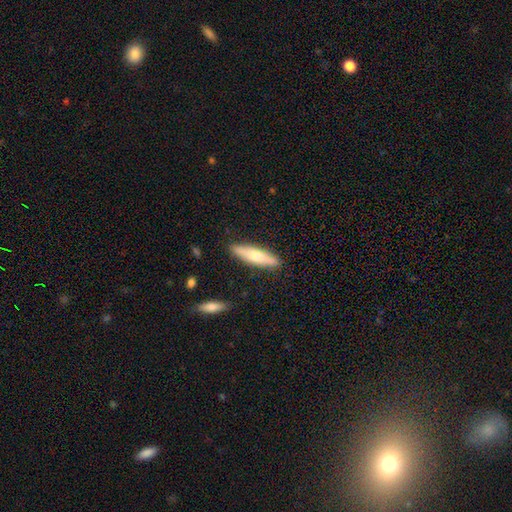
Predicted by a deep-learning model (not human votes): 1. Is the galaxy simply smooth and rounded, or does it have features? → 60% smooth, 35% featured or disk, 6% star or artifact.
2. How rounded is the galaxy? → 71% cigar-shaped, 27% in between, 2% round.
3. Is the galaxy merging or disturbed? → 87% none, 10% minor disturbance, 2% major disturbance, 2% merger.